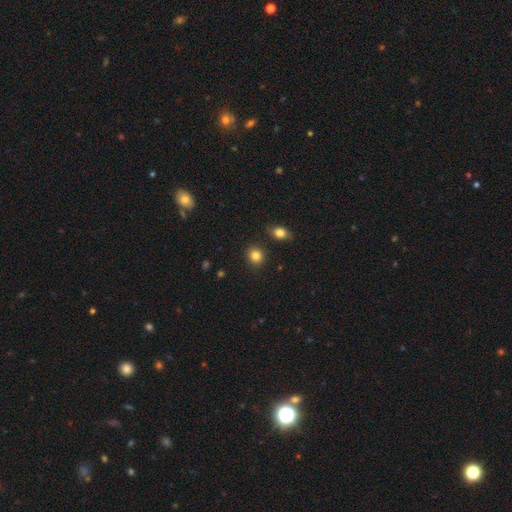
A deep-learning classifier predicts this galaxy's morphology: Q: Smooth or featured?
A: smooth (85%); runner-up: star or artifact (10%)
Q: How rounded?
A: round (80%); runner-up: in between (19%)
Q: Merging?
A: none (87%); runner-up: minor disturbance (7%)